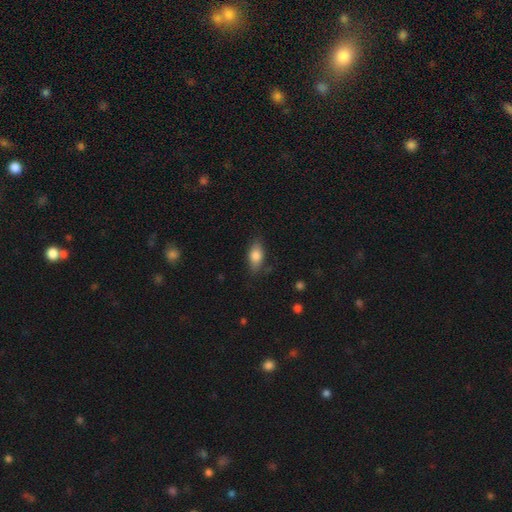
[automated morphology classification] Smooth or featured? smooth (79%)
How rounded? in between (86%)
Merging? none (78%)